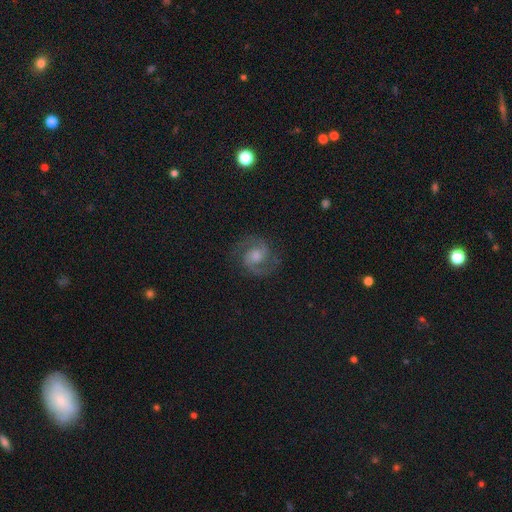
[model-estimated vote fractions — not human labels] Smooth or featured: featured or disk — 86% (star or artifact — 8%)
Edge-on disk: no — 98% (yes — 2%)
Bar: weak — 45% (no — 44%)
Spiral arms: yes — 98% (no — 2%)
Spiral winding: medium — 61% (tight — 28%)
Spiral arm count: 2 — 94% (can't tell — 2%)
Bulge size: moderate — 47% (small — 35%)
Merging: none — 84% (minor disturbance — 10%)